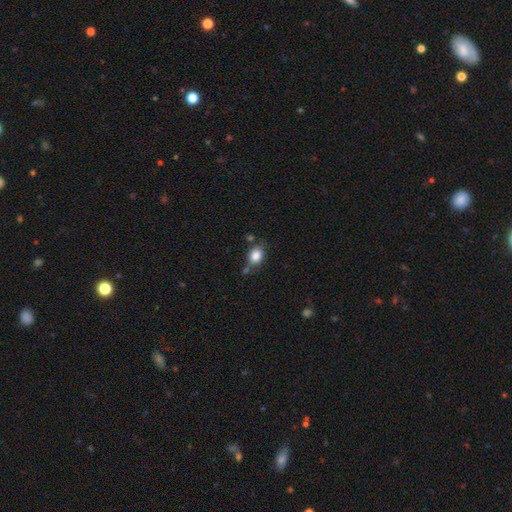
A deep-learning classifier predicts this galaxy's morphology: Smooth or featured?
  - smooth: 84% *
  - star or artifact: 9%
  - featured or disk: 7%
How rounded?
  - in between: 63% *
  - round: 36%
  - cigar-shaped: 1%
Merging?
  - none: 63% *
  - minor disturbance: 20%
  - merger: 11%
  - major disturbance: 6%